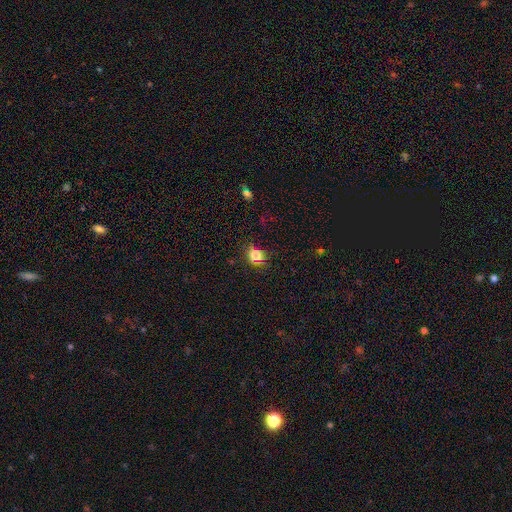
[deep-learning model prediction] Smooth or featured? smooth (74%)
How rounded? round (71%)
Merging? none (80%)